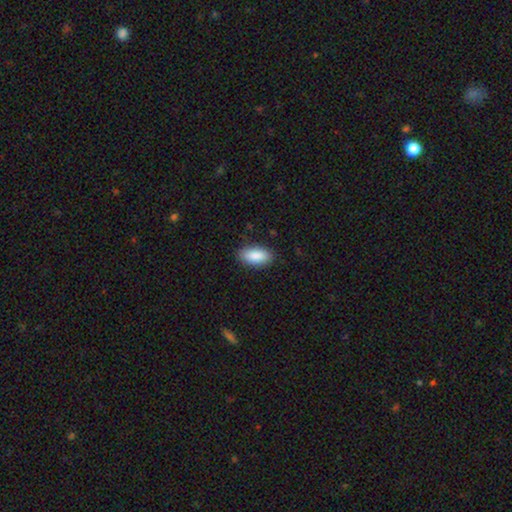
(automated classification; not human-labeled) smooth_or_featured: smooth (p=0.89) [alt: star or artifact p=0.06]
how_rounded: in between (p=0.91) [alt: cigar-shaped p=0.07]
merging: none (p=0.88) [alt: minor disturbance p=0.09]